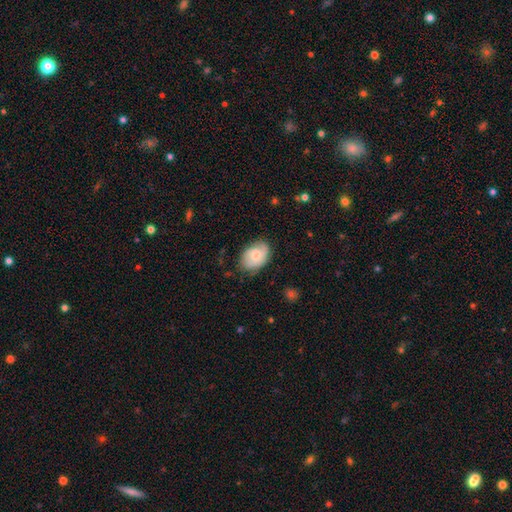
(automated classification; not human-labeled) Smooth or featured? Predicted: smooth (p=0.61). How rounded? Predicted: in between (p=0.80). Merging? Predicted: none (p=0.68).